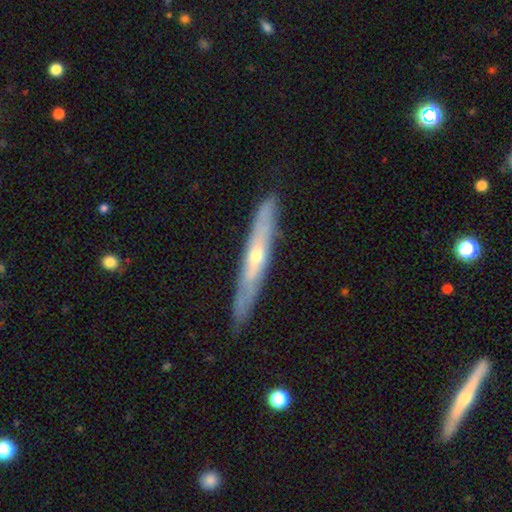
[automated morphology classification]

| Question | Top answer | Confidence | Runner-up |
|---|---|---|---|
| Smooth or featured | featured or disk | 68% | smooth (26%) |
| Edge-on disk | yes | 83% | no (17%) |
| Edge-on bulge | rounded | 71% | none (27%) |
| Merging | none | 84% | minor disturbance (12%) |